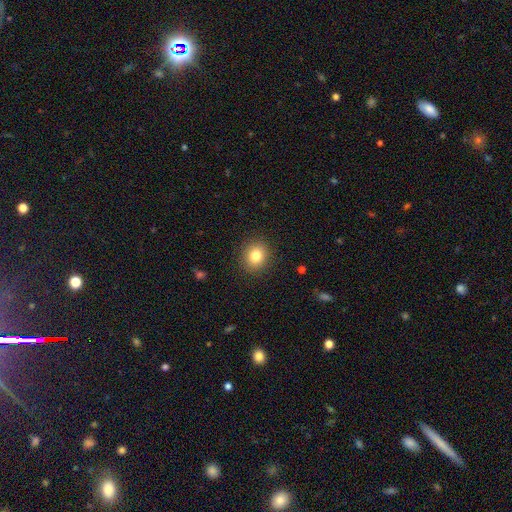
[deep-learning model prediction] Smooth or featured? Predicted: smooth (p=0.82). How rounded? Predicted: round (p=0.76). Merging? Predicted: none (p=0.90).